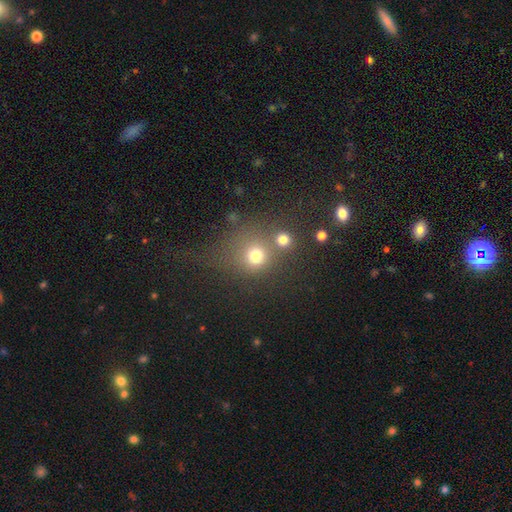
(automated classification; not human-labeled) Overall: smooth (72%). How rounded: round (86%). Merging: none (52%; merger 29%).